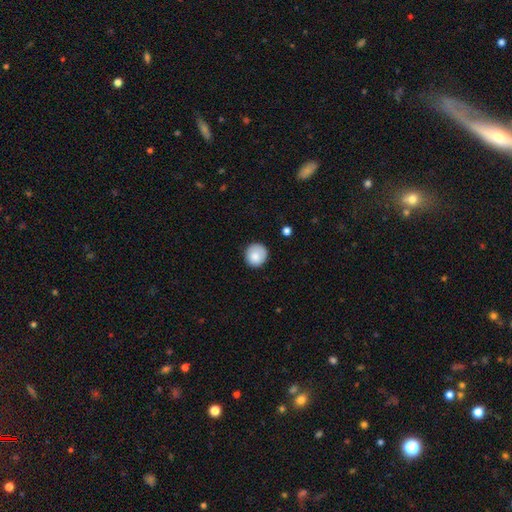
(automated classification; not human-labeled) This appears to be a smooth galaxy with no disk features (85%) that is round (92%). Merging: none (84%).